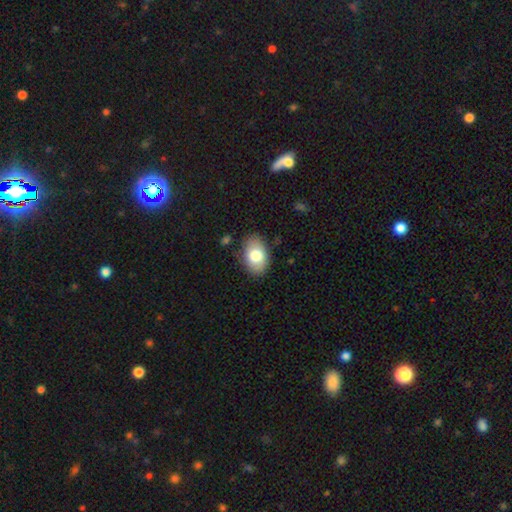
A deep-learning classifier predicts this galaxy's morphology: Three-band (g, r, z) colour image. It shows a smooth galaxy with no disk features (76%) that is in between round and cigar-shaped (86%). Merging: none (82%).